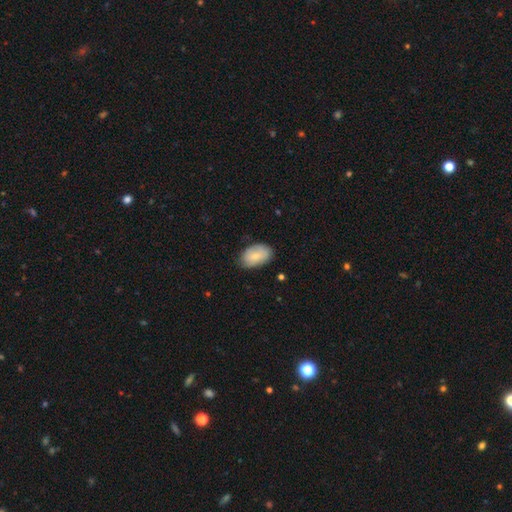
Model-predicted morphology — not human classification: This is likely a smooth galaxy (75%). How rounded: clearly in between (91%). Merging: likely none (75%).